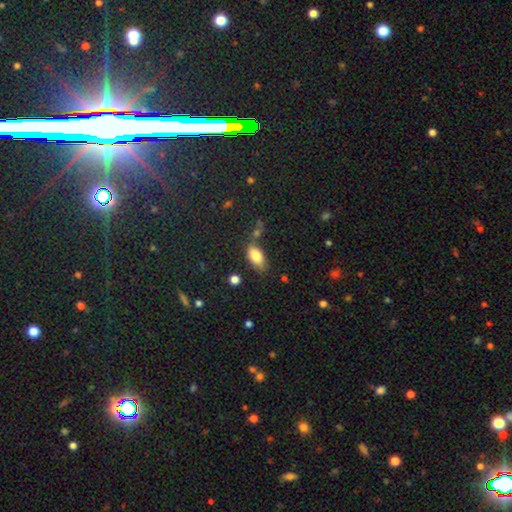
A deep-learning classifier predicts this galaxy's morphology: Smooth or featured? Predicted: smooth (p=0.83). How rounded? Predicted: in between (p=0.91). Merging? Predicted: none (p=0.63).